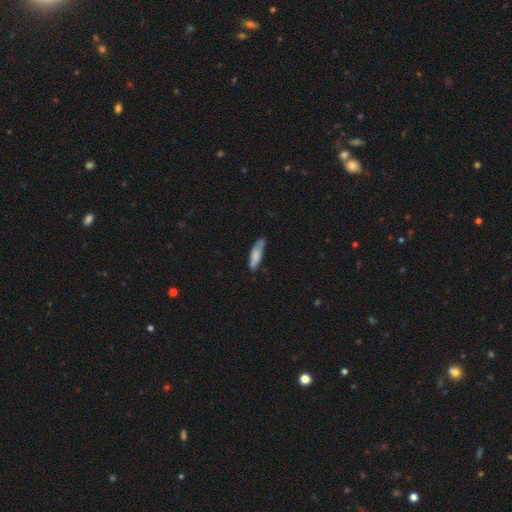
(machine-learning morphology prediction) This appears to be a smooth galaxy with no disk features (77%) that is cigar-shaped (57%). Merging: none (66%).